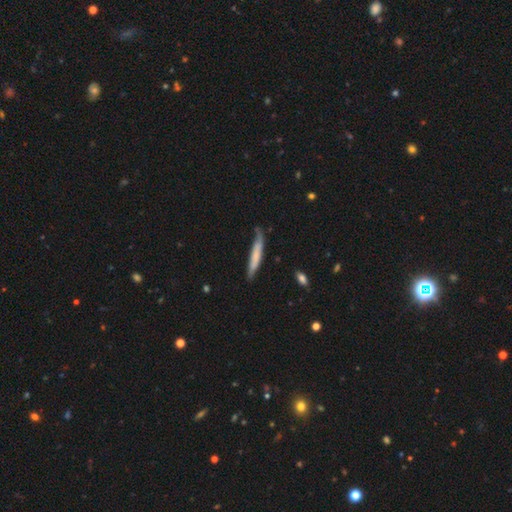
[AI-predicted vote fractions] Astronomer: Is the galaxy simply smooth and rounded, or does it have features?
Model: smooth — 62%.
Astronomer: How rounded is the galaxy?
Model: cigar-shaped — 93%.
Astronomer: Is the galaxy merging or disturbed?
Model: none — 64%.